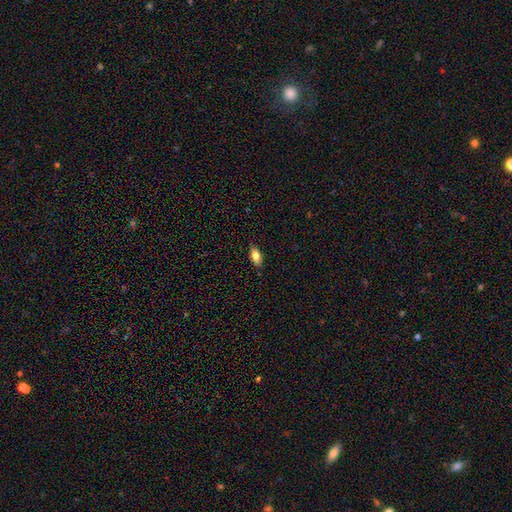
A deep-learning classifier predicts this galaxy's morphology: smooth-or-featured: smooth: 77% | featured or disk: 15% | star or artifact: 8%
  how-rounded: in between: 87% | cigar-shaped: 9% | round: 4%
  merging: none: 86% | minor disturbance: 11% | major disturbance: 2% | merger: 1%